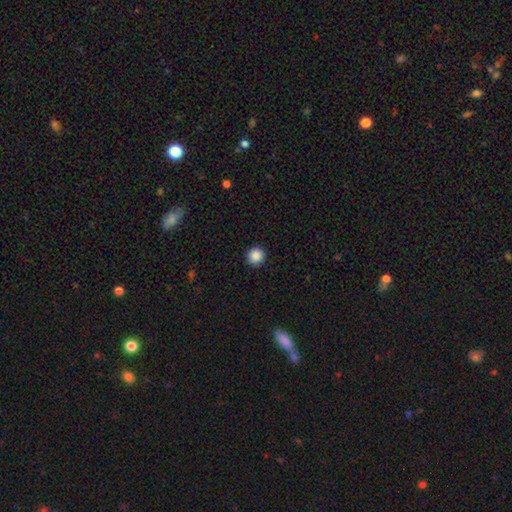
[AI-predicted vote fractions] Smooth or featured?
  - smooth: 88% *
  - star or artifact: 10%
  - featured or disk: 3%
How rounded?
  - round: 95% *
  - in between: 4%
  - cigar-shaped: 1%
Merging?
  - none: 92% *
  - minor disturbance: 5%
  - major disturbance: 2%
  - merger: 1%